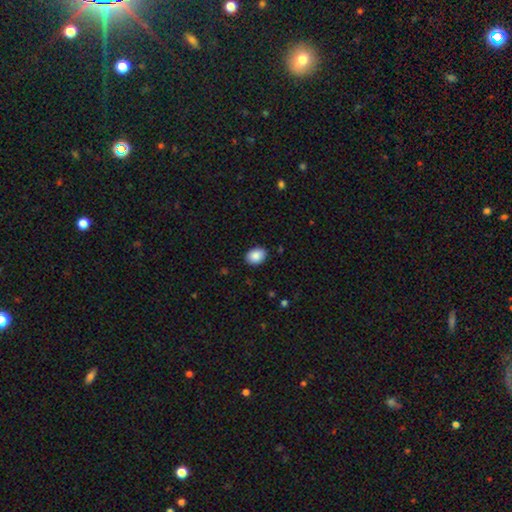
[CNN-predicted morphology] Overall: smooth (89%). How rounded: in between (75%). Merging: none (86%).